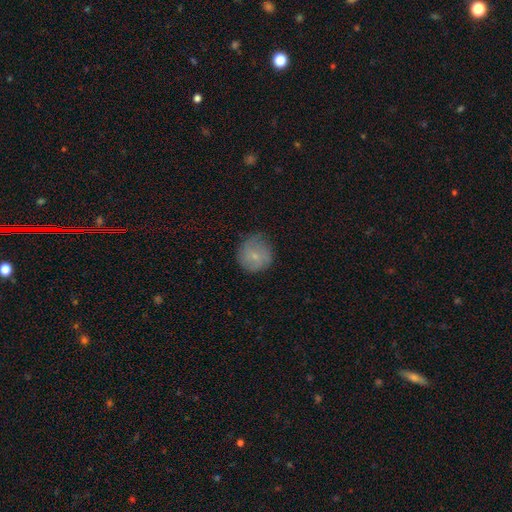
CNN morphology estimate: A smooth galaxy with no disk features (66%) that is round (90%).

Vote fractions:
- Smooth or featured? smooth: 66% / featured or disk: 25% / star or artifact: 9%
- How rounded? round: 90% / in between: 9% / cigar-shaped: 1%
- Merging? none: 69% / minor disturbance: 23% / major disturbance: 6% / merger: 1%